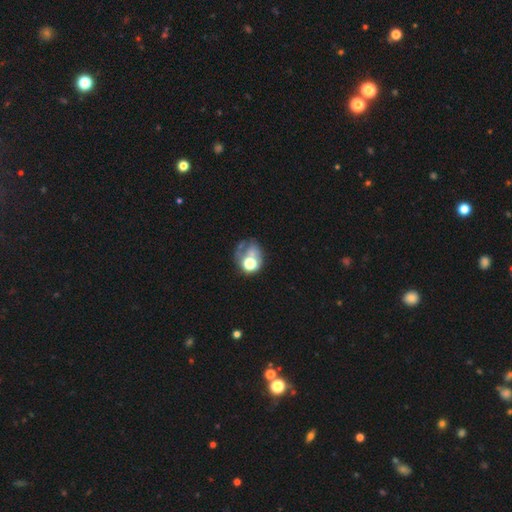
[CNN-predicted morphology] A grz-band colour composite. It shows a smooth galaxy with no disk features (46%). Merging: none (33%).